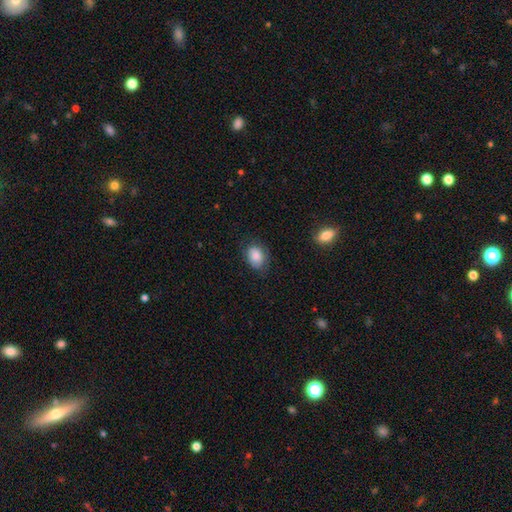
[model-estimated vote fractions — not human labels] smooth_or_featured: smooth (p=0.86) [alt: star or artifact p=0.08]
how_rounded: in between (p=0.68) [alt: round p=0.31]
merging: none (p=0.72) [alt: minor disturbance p=0.21]